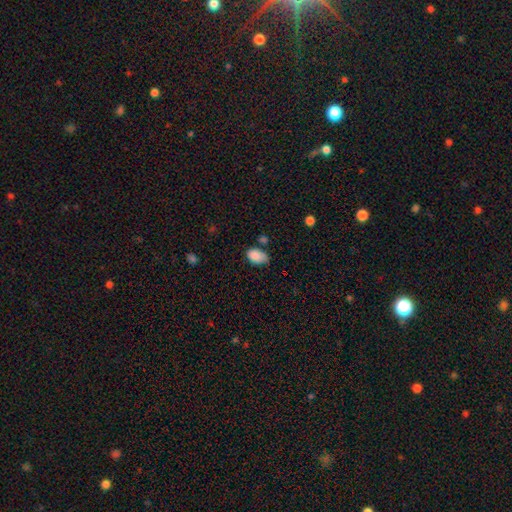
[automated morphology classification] A smooth galaxy with no disk features (87%) that is in between round and cigar-shaped (89%).

Vote fractions:
- Smooth or featured? smooth: 87% / star or artifact: 8% / featured or disk: 5%
- How rounded? in between: 89% / round: 10% / cigar-shaped: 1%
- Merging? none: 54% / minor disturbance: 30% / merger: 8% / major disturbance: 8%